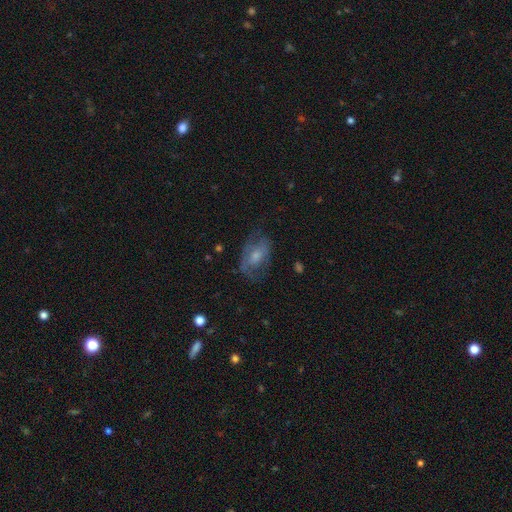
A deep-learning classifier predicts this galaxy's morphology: featured or disk 52%, smooth 39%, star or artifact 9%. Down the decision tree: edge-on disk — no (94%); merging — none (56%).